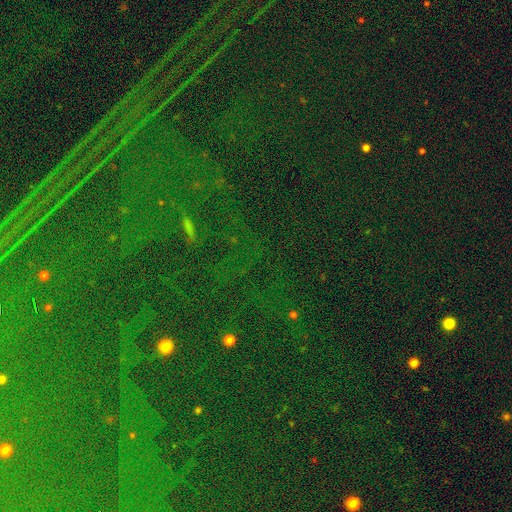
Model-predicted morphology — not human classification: smooth-or-featured: star or artifact: 83% | smooth: 10% | featured or disk: 8%